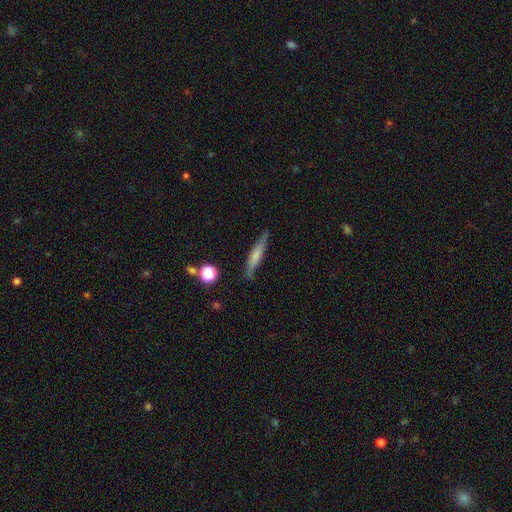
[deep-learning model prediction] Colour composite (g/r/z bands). It shows a smooth galaxy with no disk features (60%) that is cigar-shaped (89%). Merging: none (79%).